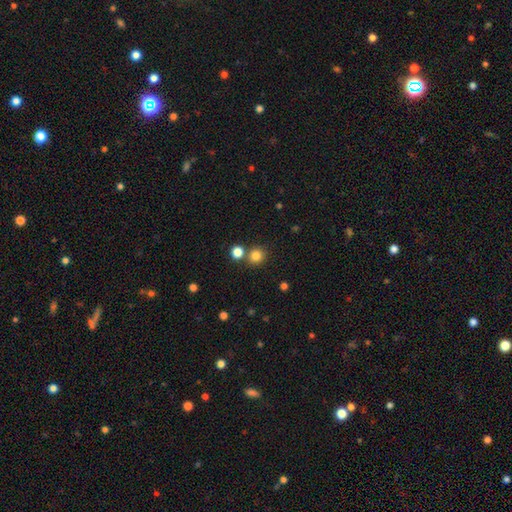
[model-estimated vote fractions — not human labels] A smooth galaxy with no disk features (81%) that is round (90%).

Vote fractions:
- Smooth or featured? smooth: 81% / star or artifact: 14% / featured or disk: 5%
- How rounded? round: 90% / in between: 9% / cigar-shaped: 1%
- Merging? none: 74% / merger: 16% / minor disturbance: 7% / major disturbance: 3%